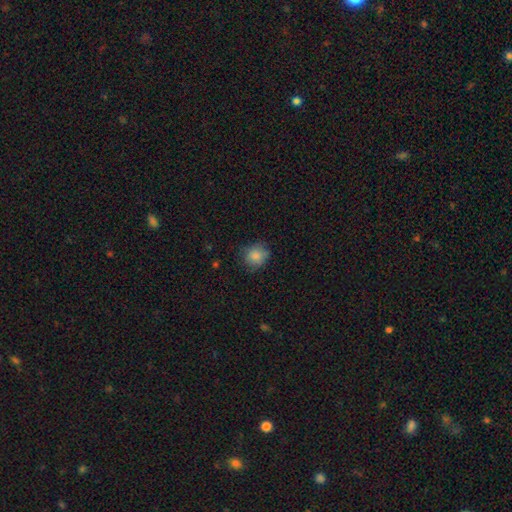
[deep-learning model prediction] Morphology: type=smooth (84%); roundness=round (77%); merging=none (75%).